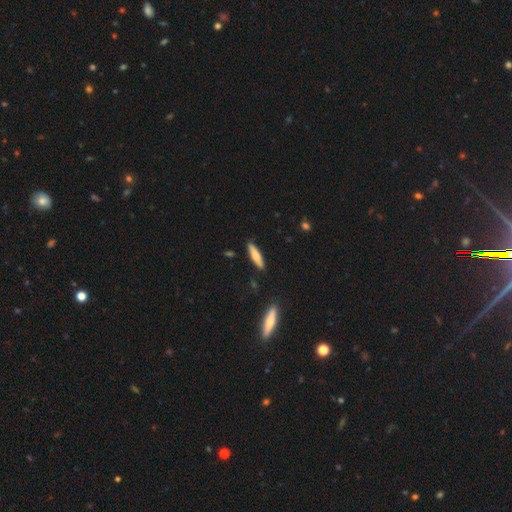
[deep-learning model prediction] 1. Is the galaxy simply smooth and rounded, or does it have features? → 71% smooth, 23% featured or disk, 6% star or artifact.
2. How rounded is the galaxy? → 77% cigar-shaped, 22% in between, 2% round.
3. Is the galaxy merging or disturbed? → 87% none, 9% minor disturbance, 2% major disturbance, 2% merger.